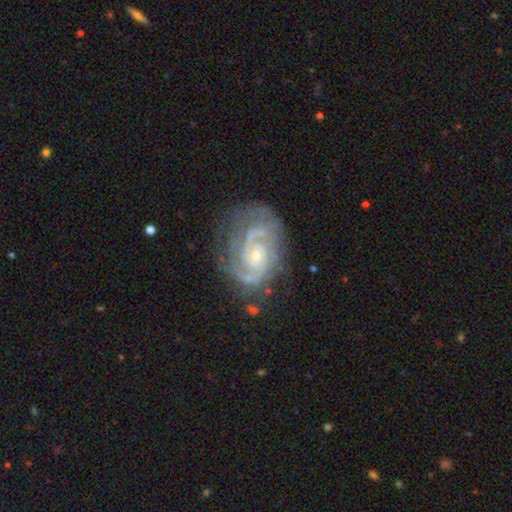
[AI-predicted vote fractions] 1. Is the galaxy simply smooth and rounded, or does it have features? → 89% featured or disk, 5% star or artifact, 5% smooth.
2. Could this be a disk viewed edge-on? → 98% no, 2% yes.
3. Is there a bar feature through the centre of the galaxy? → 66% no, 28% weak, 6% strong.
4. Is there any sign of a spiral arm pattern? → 97% yes, 3% no.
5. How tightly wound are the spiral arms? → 55% tight, 38% medium, 7% loose.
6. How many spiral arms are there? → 54% 2, 18% 3, 15% can't tell, 5% 4, 5% 1, 4% more than 4.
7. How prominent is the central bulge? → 69% small, 27% moderate, 2% none, 1% large, 1% dominant.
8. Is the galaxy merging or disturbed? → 63% none, 21% minor disturbance, 13% major disturbance, 2% merger.